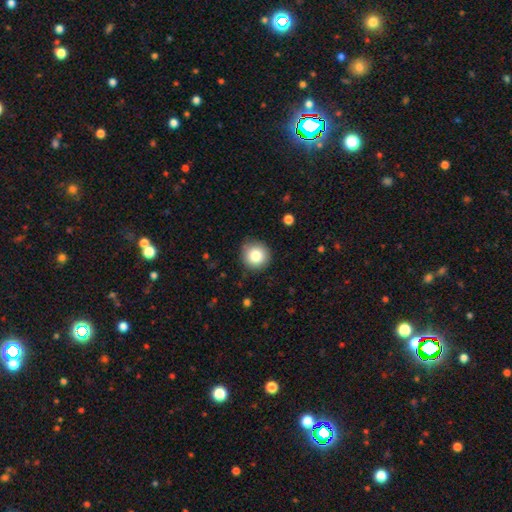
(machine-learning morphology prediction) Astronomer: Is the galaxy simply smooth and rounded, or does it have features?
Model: smooth — 82%.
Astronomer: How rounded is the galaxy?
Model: round — 92%.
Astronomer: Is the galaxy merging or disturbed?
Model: none — 86%.